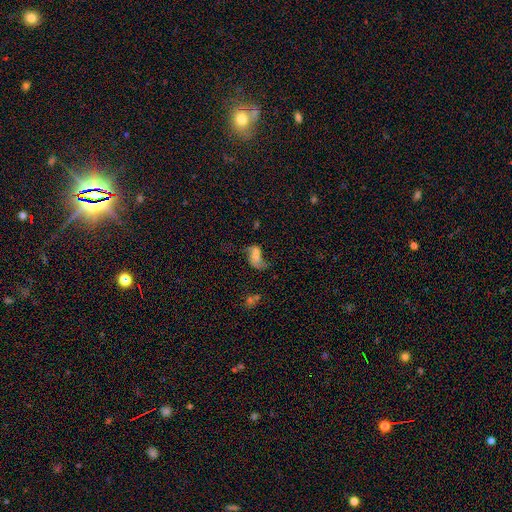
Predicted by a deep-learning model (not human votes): A featured or disk galaxy (44%). Merging: major disturbance (30%).